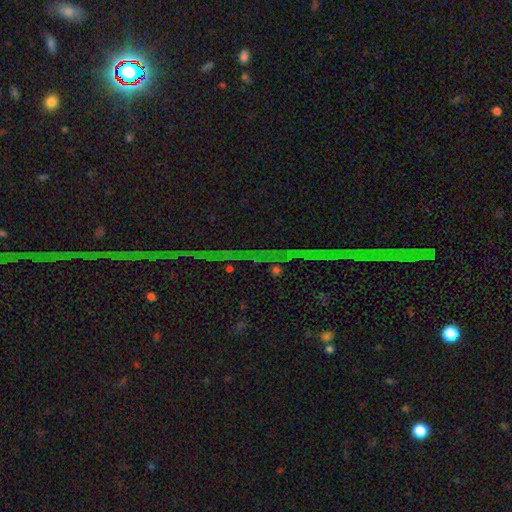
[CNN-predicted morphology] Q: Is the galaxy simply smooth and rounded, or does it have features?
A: star or artifact — 86%.